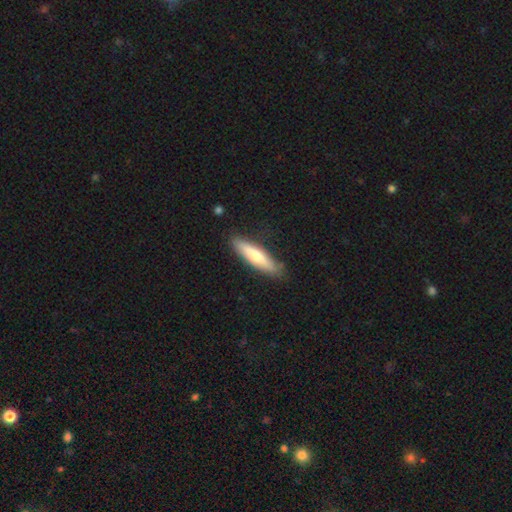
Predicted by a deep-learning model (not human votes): smooth-or-featured: smooth: 64% | featured or disk: 31% | star or artifact: 5%
  how-rounded: cigar-shaped: 80% | in between: 18% | round: 1%
  merging: none: 85% | minor disturbance: 12% | major disturbance: 2% | merger: 1%